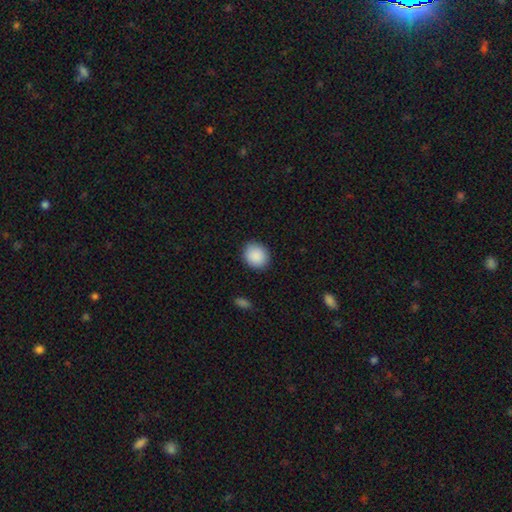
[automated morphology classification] Overall: smooth (90%). How rounded: round (71%). Merging: none (90%).